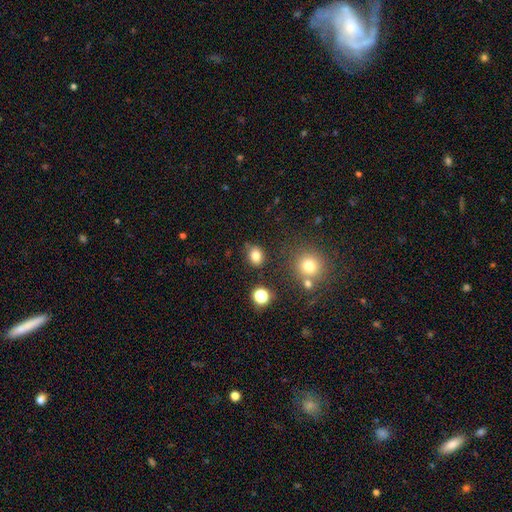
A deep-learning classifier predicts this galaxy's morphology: smooth 80%, star or artifact 14%, featured or disk 6%. Down the decision tree: how rounded — round (54%); merging — none (79%).